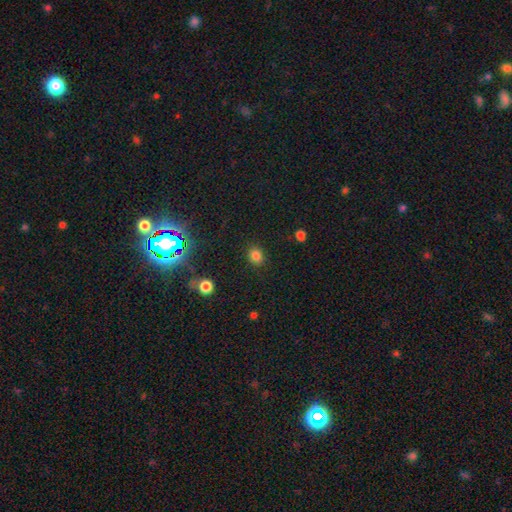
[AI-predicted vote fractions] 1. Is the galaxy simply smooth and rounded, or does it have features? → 80% smooth, 15% star or artifact, 5% featured or disk.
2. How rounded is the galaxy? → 67% round, 32% in between, 1% cigar-shaped.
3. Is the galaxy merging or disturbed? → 88% none, 8% minor disturbance, 3% major disturbance, 1% merger.